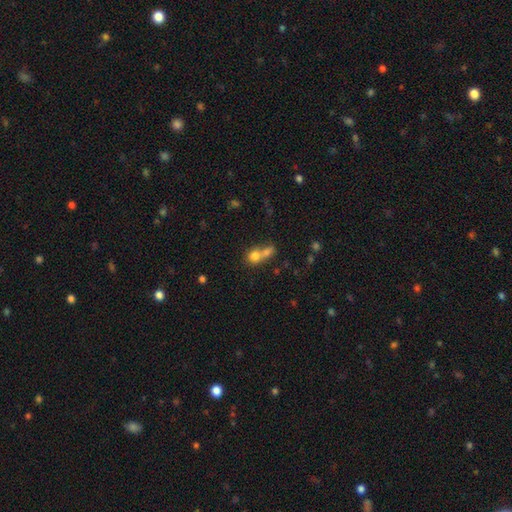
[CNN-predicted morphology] This appears to be a smooth galaxy with no disk features (75%) that is round (69%). Merging: merger (63%).